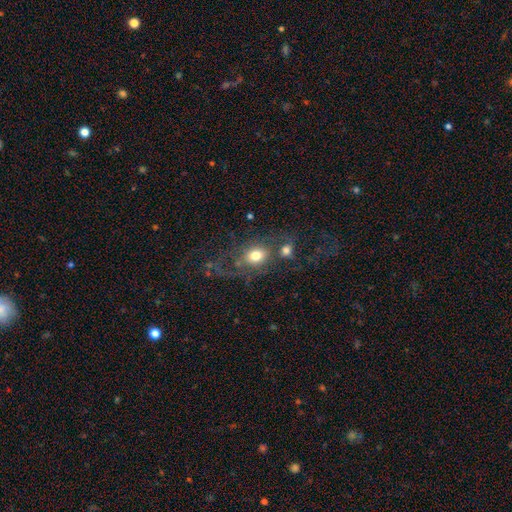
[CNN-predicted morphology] Smooth or featured? Predicted: smooth (p=0.64). How rounded? Predicted: round (p=0.52). Merging? Predicted: none (p=0.35).